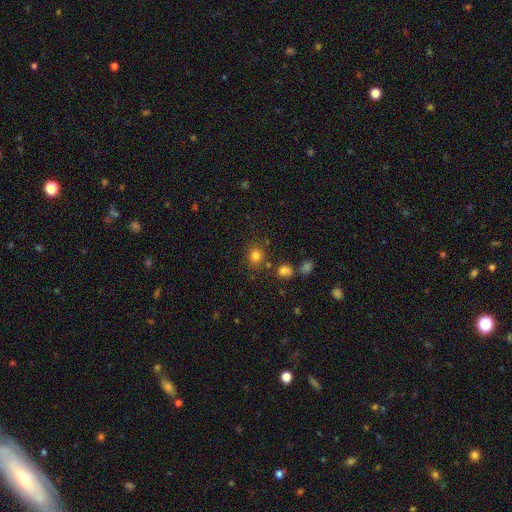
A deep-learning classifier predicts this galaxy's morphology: Smooth or featured? smooth (80%)
How rounded? round (74%)
Merging? none (77%)